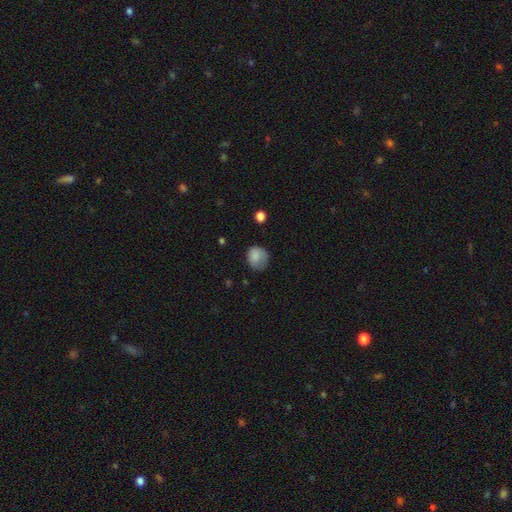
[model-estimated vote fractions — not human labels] A smooth galaxy with no disk features (82%) that is round (69%).

Vote fractions:
- Smooth or featured? smooth: 82% / star or artifact: 9% / featured or disk: 8%
- How rounded? round: 69% / in between: 30% / cigar-shaped: 1%
- Merging? none: 56% / minor disturbance: 30% / major disturbance: 12% / merger: 2%